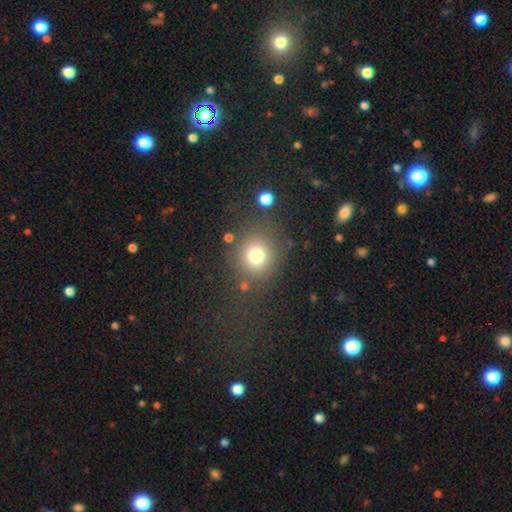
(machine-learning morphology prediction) A smooth galaxy with no disk features (76%) that is round (82%).

Vote fractions:
- Smooth or featured? smooth: 76% / star or artifact: 15% / featured or disk: 9%
- How rounded? round: 82% / in between: 17% / cigar-shaped: 1%
- Merging? none: 79% / minor disturbance: 11% / major disturbance: 6% / merger: 4%